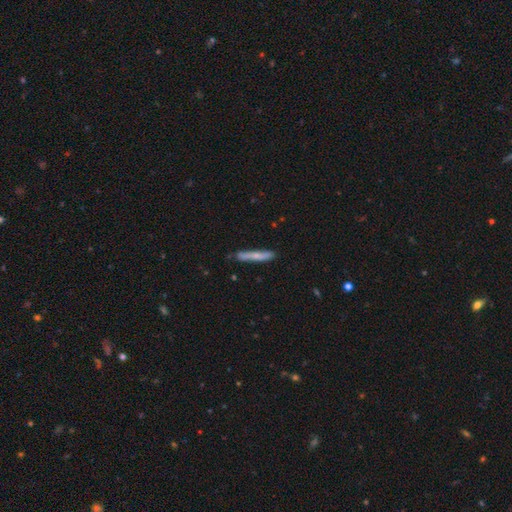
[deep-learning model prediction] This is likely a smooth galaxy (61%). How rounded: clearly cigar-shaped (94%). Merging: clearly none (82%).